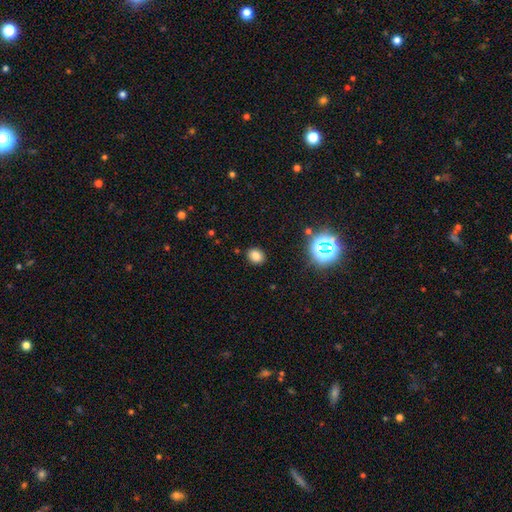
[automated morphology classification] smooth-or-featured: smooth: 78% | star or artifact: 16% | featured or disk: 6%
  how-rounded: round: 50% | in between: 49% | cigar-shaped: 1%
  merging: none: 88% | minor disturbance: 8% | major disturbance: 2% | merger: 1%